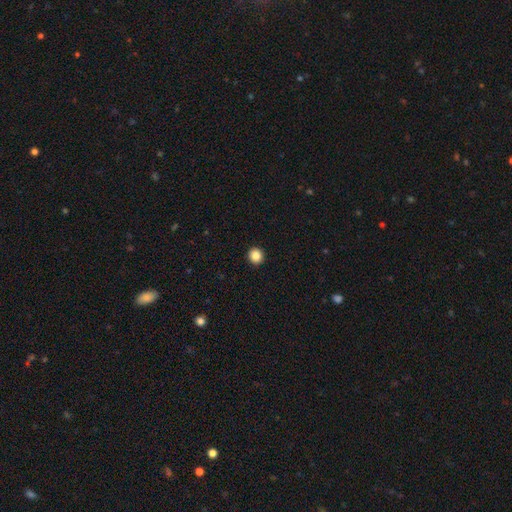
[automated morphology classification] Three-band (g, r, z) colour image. It shows a smooth galaxy with no disk features (86%) that is round (91%). Merging: none (94%).